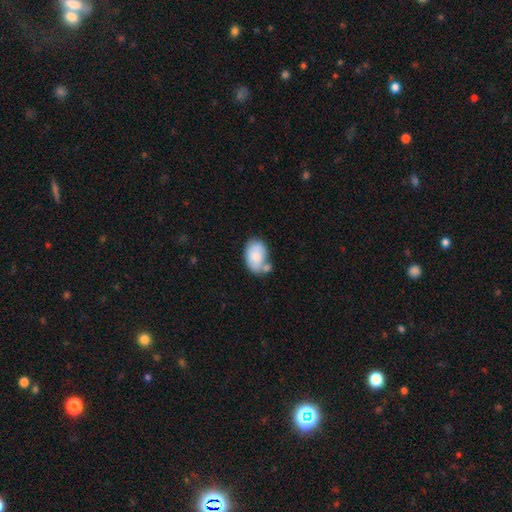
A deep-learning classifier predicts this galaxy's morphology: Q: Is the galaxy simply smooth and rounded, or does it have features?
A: smooth — 81%.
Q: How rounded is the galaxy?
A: in between — 90%.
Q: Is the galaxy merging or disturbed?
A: none — 42%.